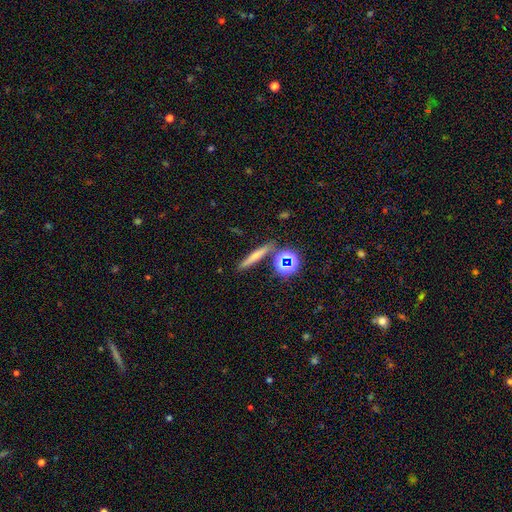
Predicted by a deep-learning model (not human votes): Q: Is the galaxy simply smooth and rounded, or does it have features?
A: smooth — 56%.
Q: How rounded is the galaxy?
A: cigar-shaped — 81%.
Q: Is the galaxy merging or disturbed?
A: none — 80%.